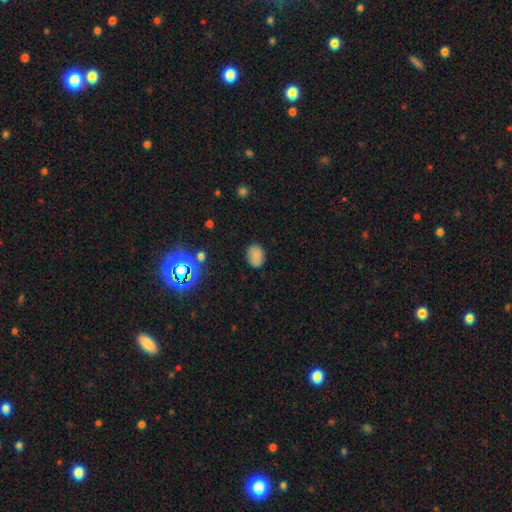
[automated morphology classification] Q: Smooth or featured?
A: smooth (81%); runner-up: star or artifact (14%)
Q: How rounded?
A: in between (63%); runner-up: round (35%)
Q: Merging?
A: none (84%); runner-up: minor disturbance (12%)